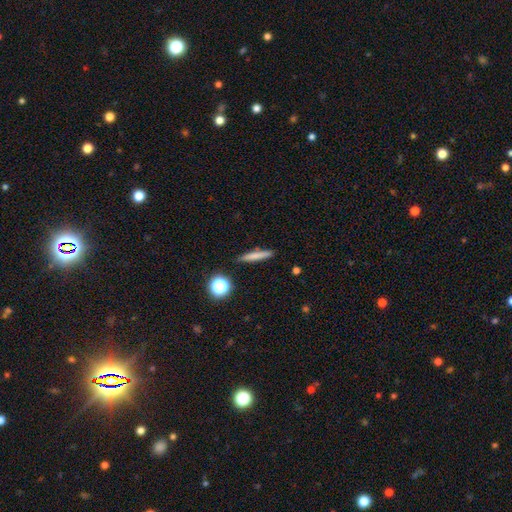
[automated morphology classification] Smooth or featured?
  - smooth: 70% *
  - featured or disk: 21%
  - star or artifact: 9%
How rounded?
  - cigar-shaped: 90% *
  - in between: 6%
  - round: 4%
Merging?
  - none: 87% *
  - minor disturbance: 9%
  - major disturbance: 2%
  - merger: 2%